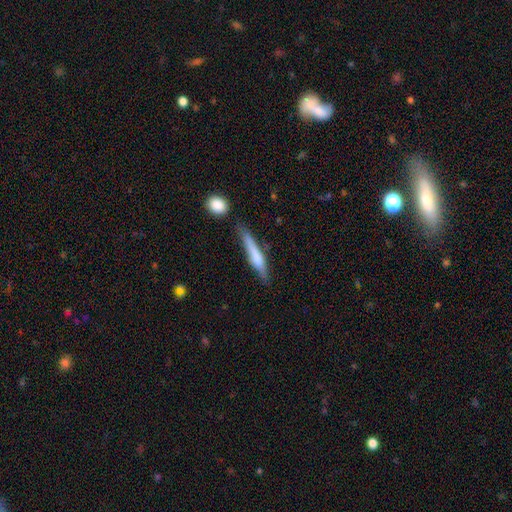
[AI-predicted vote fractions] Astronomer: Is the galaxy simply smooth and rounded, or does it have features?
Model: smooth — 56% (runner-up: featured or disk, 37%).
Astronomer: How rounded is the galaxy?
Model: cigar-shaped — 91%.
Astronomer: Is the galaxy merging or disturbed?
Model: none — 68%.